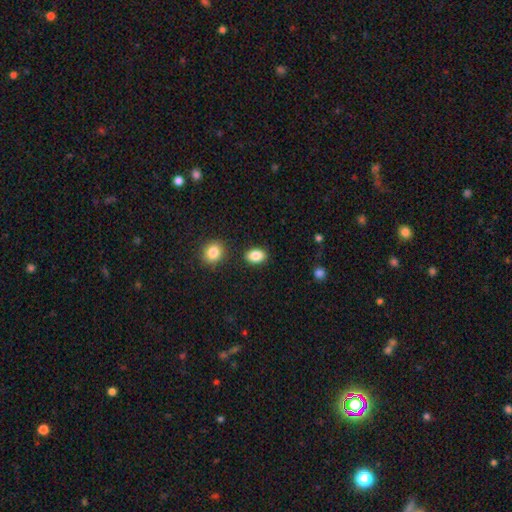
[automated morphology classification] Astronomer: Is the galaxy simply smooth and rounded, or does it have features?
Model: smooth — 87%.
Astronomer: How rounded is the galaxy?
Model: in between — 82%.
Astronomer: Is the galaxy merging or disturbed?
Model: none — 86%.